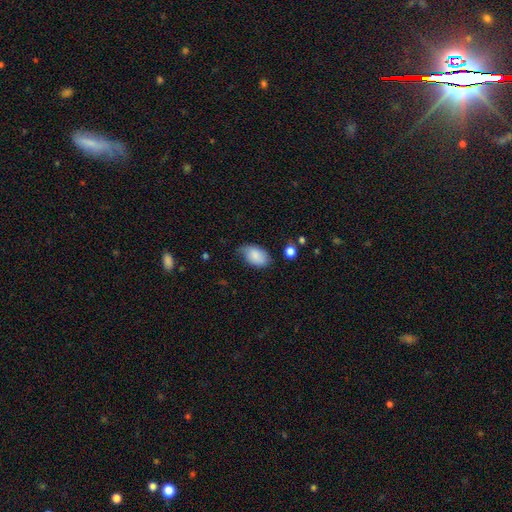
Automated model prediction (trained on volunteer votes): Smooth or featured? Predicted: smooth (p=0.82). How rounded? Predicted: in between (p=0.92). Merging? Predicted: none (p=0.56).